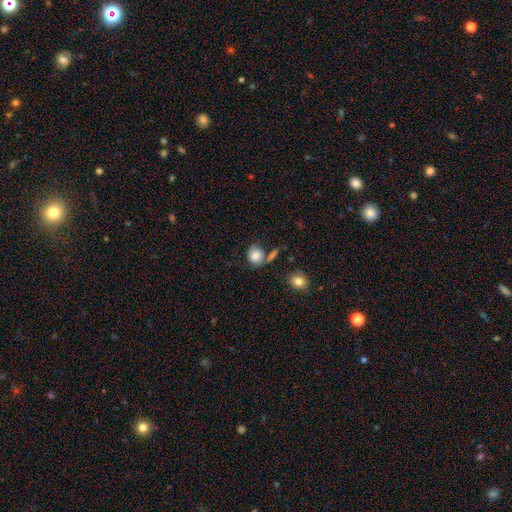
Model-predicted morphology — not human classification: Smooth or featured? smooth (80%)
How rounded? round (58%)
Merging? none (48%)